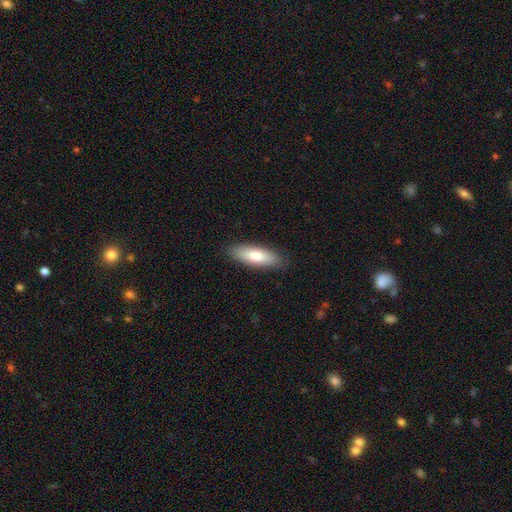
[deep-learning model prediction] The model was most divided on "how rounded": in between: 57%, cigar-shaped: 41%, round: 2%. More confident: merging — none (87%); smooth or featured — smooth (76%).